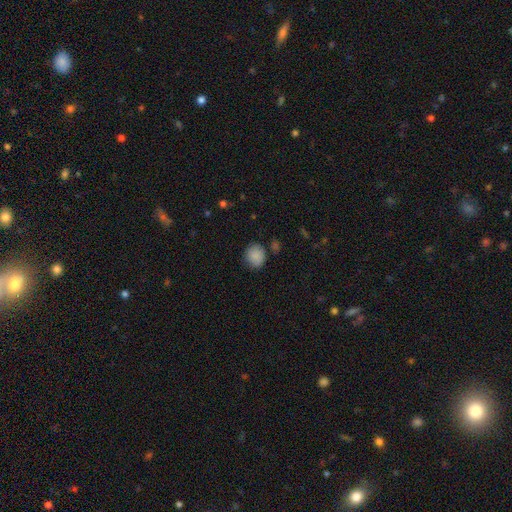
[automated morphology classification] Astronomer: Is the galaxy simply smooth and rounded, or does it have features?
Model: smooth — 87%.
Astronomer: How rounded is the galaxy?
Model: round — 78%.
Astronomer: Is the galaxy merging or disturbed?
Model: none — 79%.